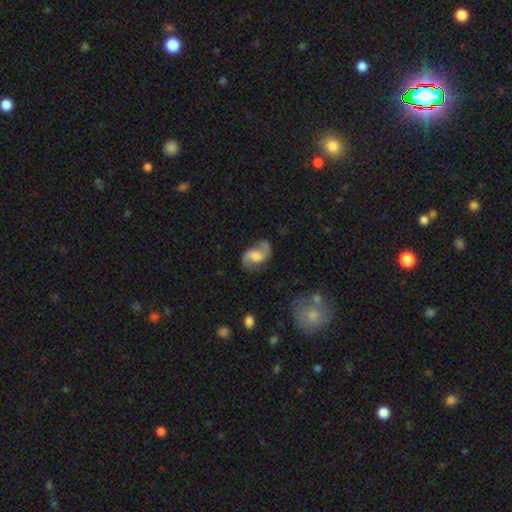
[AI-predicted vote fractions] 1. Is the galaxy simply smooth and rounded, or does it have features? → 76% featured or disk, 17% smooth, 7% star or artifact.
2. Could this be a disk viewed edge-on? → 98% no, 2% yes.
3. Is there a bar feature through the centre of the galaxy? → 47% weak, 40% no, 13% strong.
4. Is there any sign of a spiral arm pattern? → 93% yes, 7% no.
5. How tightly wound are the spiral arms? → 57% loose, 35% medium, 8% tight.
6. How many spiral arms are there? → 90% 2, 4% 1, 3% can't tell, 1% 3, 1% 4, 1% more than 4.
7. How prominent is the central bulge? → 38% moderate, 21% small, 20% large, 19% none, 2% dominant.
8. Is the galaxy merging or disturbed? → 62% none, 21% minor disturbance, 12% major disturbance, 4% merger.